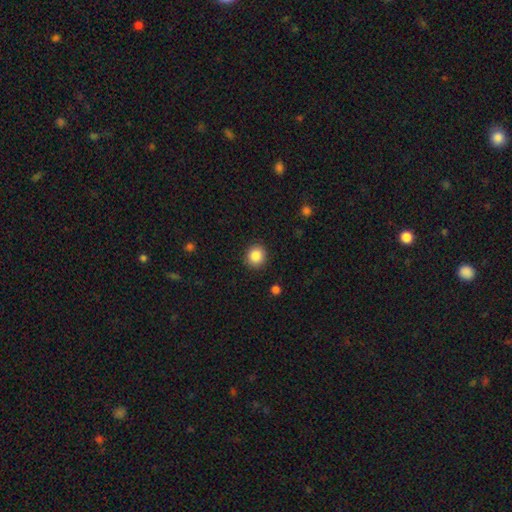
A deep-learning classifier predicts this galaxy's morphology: Smooth or featured?
  - smooth: 86% *
  - star or artifact: 9%
  - featured or disk: 4%
How rounded?
  - round: 88% *
  - in between: 11%
  - cigar-shaped: 1%
Merging?
  - none: 91% *
  - minor disturbance: 6%
  - major disturbance: 2%
  - merger: 1%